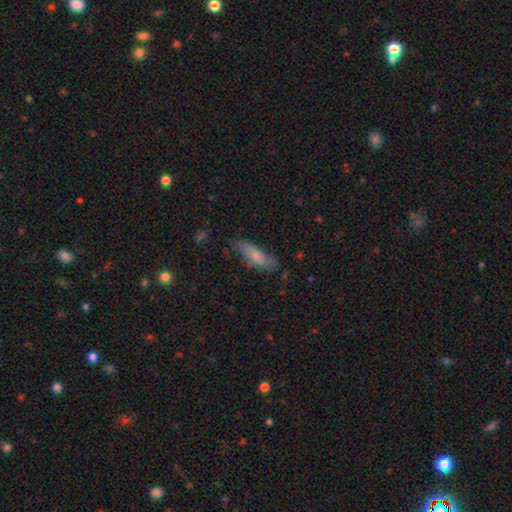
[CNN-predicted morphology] Q: Smooth or featured?
A: smooth (69%); runner-up: featured or disk (25%)
Q: How rounded?
A: cigar-shaped (51%); runner-up: in between (47%)
Q: Merging?
A: none (65%); runner-up: minor disturbance (26%)